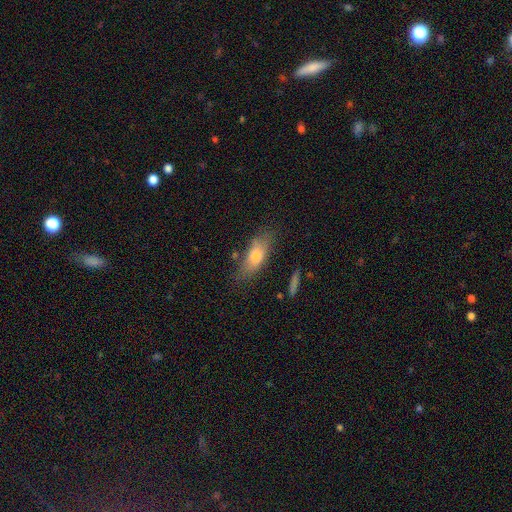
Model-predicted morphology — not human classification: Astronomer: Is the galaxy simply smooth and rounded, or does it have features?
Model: smooth — 70%.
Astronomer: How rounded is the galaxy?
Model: in between — 73%.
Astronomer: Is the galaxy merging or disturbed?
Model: none — 70%.